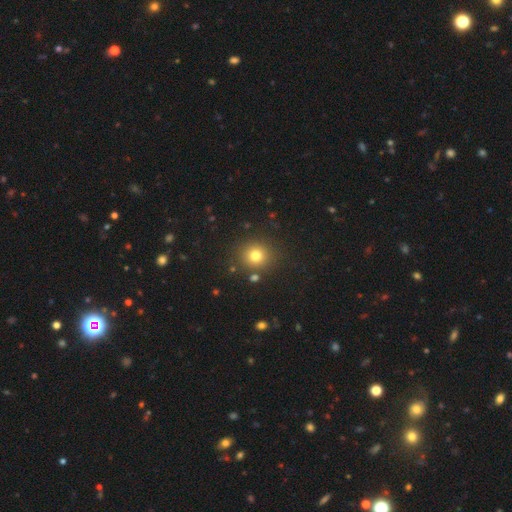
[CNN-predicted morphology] Q: Smooth or featured?
A: smooth (77%); runner-up: star or artifact (15%)
Q: How rounded?
A: round (90%); runner-up: in between (10%)
Q: Merging?
A: none (87%); runner-up: minor disturbance (7%)